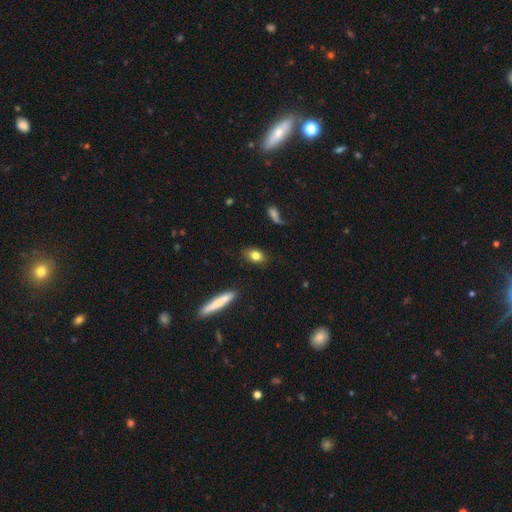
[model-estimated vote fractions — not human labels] smooth-or-featured: smooth: 80% | featured or disk: 12% | star or artifact: 8%
  how-rounded: in between: 77% | round: 18% | cigar-shaped: 6%
  merging: none: 79% | minor disturbance: 14% | major disturbance: 5% | merger: 2%